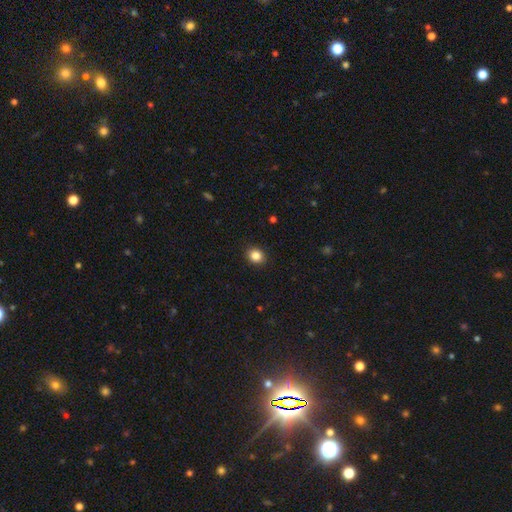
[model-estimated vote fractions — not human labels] smooth 86%, star or artifact 10%, featured or disk 4%. Down the decision tree: how rounded — round (70%); merging — none (91%).